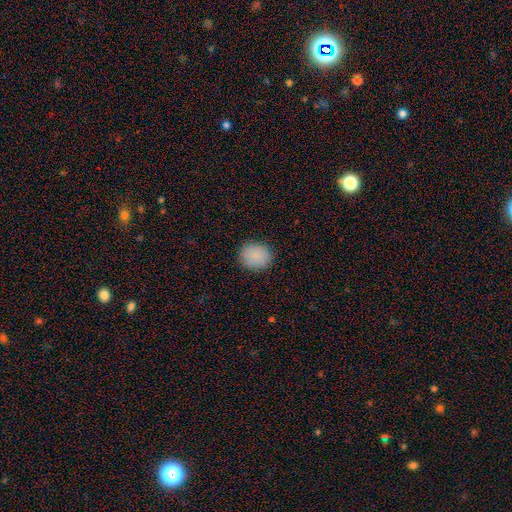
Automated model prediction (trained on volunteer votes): smooth-or-featured: smooth: 88% | star or artifact: 8% | featured or disk: 4%
  how-rounded: round: 70% | in between: 29% | cigar-shaped: 1%
  merging: none: 87% | minor disturbance: 9% | major disturbance: 2% | merger: 1%